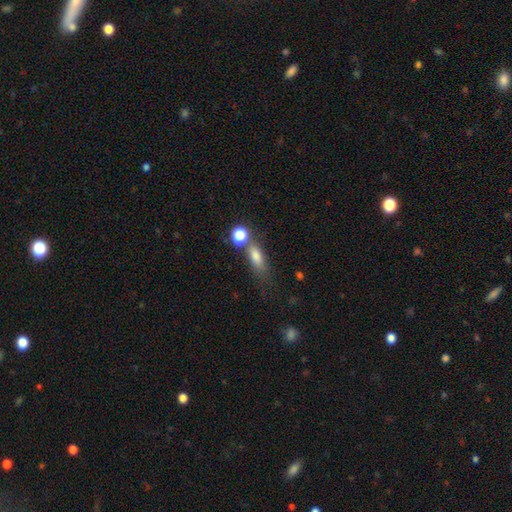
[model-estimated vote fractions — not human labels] The model was most divided on "merging": none: 46%, merger: 27%, minor disturbance: 17%, major disturbance: 10%. More confident: smooth or featured — smooth (76%); how rounded — in between (65%).